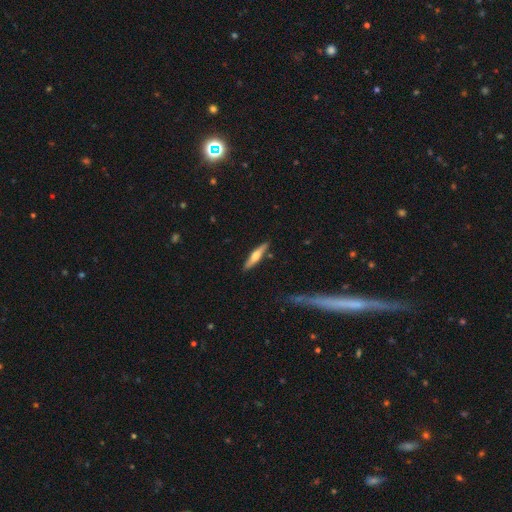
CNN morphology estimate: smooth_or_featured: featured or disk (p=0.50) [alt: smooth p=0.45]
merging: none (p=0.87) [alt: minor disturbance p=0.09]